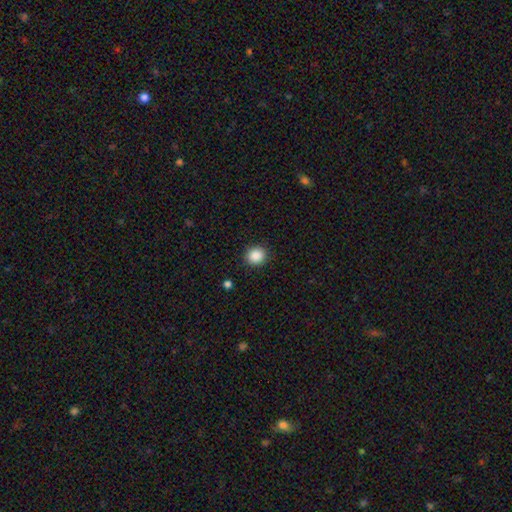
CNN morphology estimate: Overall: smooth (88%). How rounded: round (88%). Merging: none (90%).